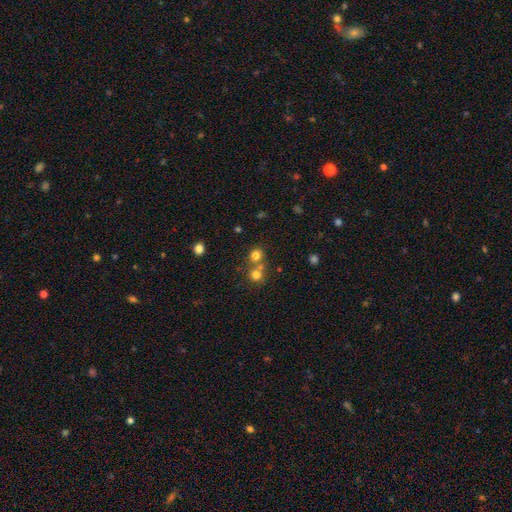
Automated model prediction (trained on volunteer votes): smooth_or_featured: smooth (p=0.74) [alt: star or artifact p=0.17]
how_rounded: round (p=0.86) [alt: in between p=0.13]
merging: none (p=0.56) [alt: merger p=0.35]